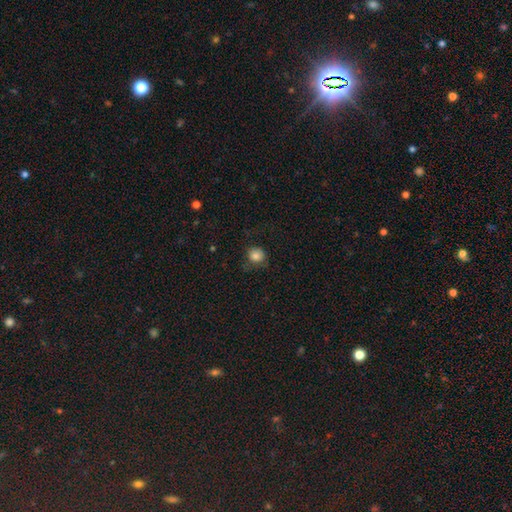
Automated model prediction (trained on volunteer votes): smooth 83%, star or artifact 11%, featured or disk 6%. Down the decision tree: how rounded — round (82%); merging — none (72%).